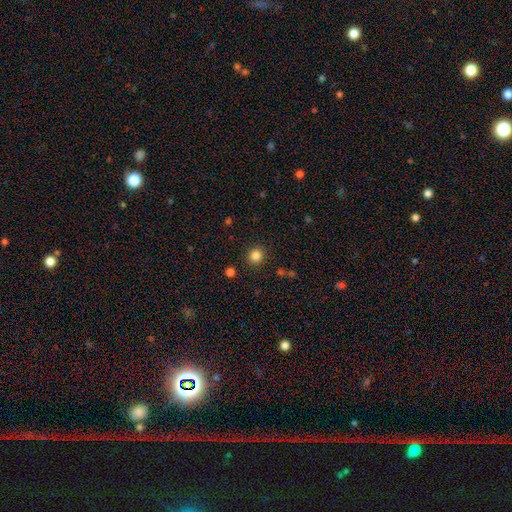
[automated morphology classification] smooth-or-featured: smooth: 83% | star or artifact: 13% | featured or disk: 4%
  how-rounded: round: 91% | in between: 8% | cigar-shaped: 1%
  merging: none: 90% | minor disturbance: 6% | major disturbance: 2% | merger: 2%